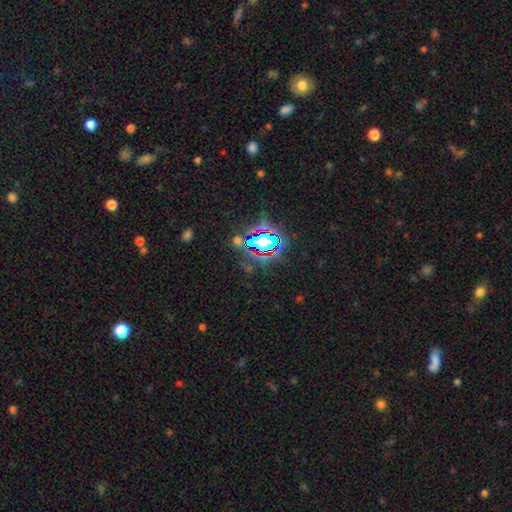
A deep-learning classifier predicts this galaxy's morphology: smooth_or_featured: star or artifact (p=0.80) [alt: smooth p=0.13]